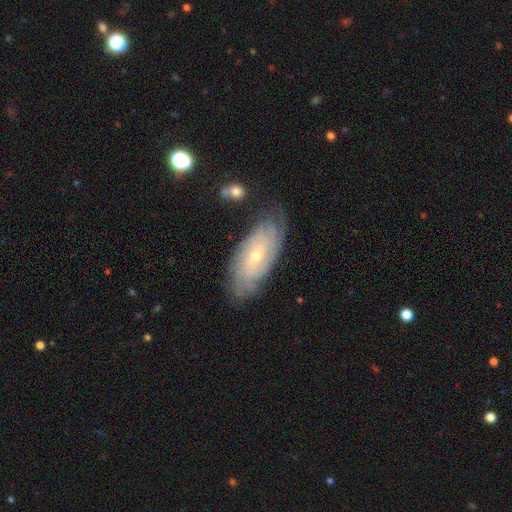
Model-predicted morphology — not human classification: This appears to be a featured or disk galaxy (74%) with no bar (73%), tight (74%) spiral arms (90%) and a small central bulge (66%). Merging: none (74%).